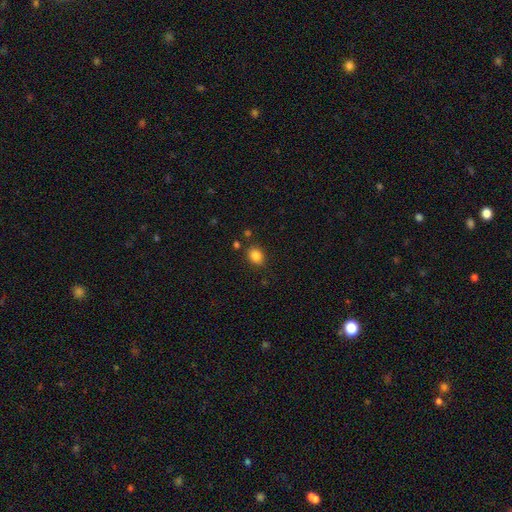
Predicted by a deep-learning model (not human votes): The model was most divided on "how rounded": in between: 57%, round: 42%, cigar-shaped: 1%. More confident: smooth or featured — smooth (85%); merging — none (84%).